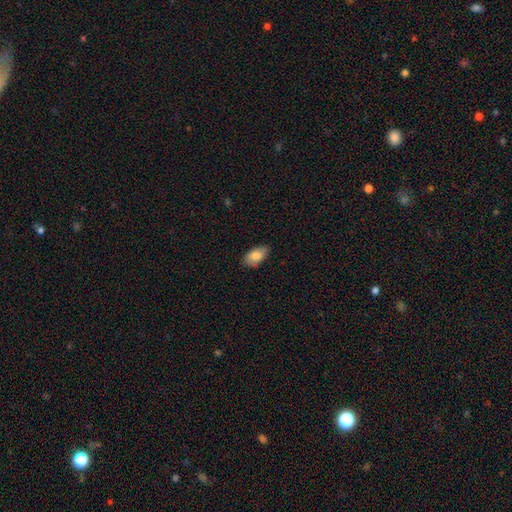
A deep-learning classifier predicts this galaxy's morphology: smooth_or_featured: smooth (p=0.83) [alt: featured or disk p=0.11]
how_rounded: in between (p=0.93) [alt: round p=0.03]
merging: none (p=0.79) [alt: minor disturbance p=0.17]